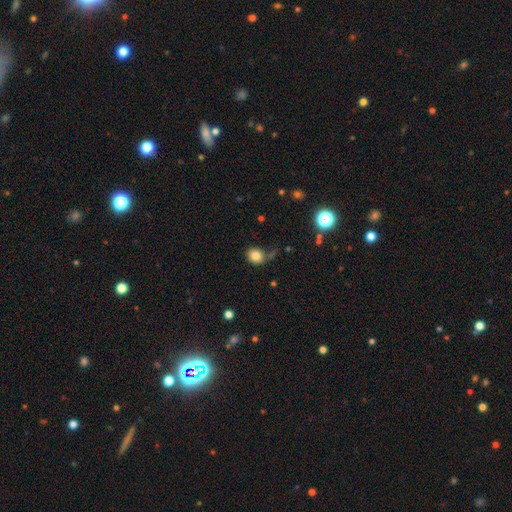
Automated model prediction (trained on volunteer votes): A smooth galaxy with no disk features (82%) that is round (65%).

Vote fractions:
- Smooth or featured? smooth: 82% / star or artifact: 11% / featured or disk: 7%
- How rounded? round: 65% / in between: 34% / cigar-shaped: 1%
- Merging? none: 69% / minor disturbance: 18% / merger: 8% / major disturbance: 6%